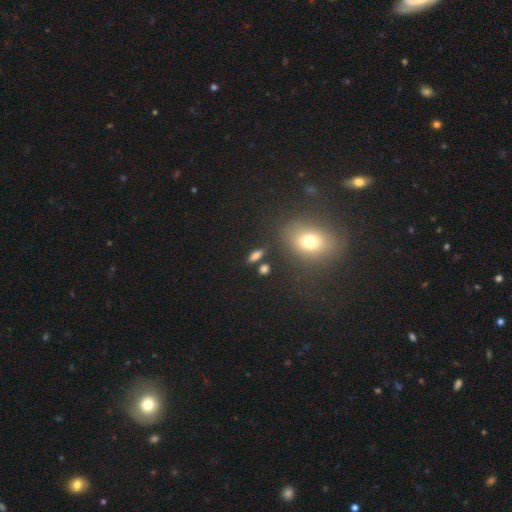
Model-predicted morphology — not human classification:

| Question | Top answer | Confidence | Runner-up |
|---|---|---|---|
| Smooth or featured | smooth | 73% | star or artifact (14%) |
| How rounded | in between | 52% | cigar-shaped (38%) |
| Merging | none | 79% | minor disturbance (10%) |